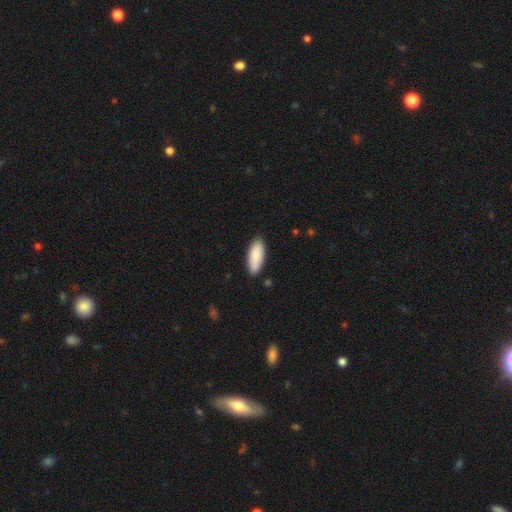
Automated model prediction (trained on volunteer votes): Smooth or featured: smooth — 86% (featured or disk — 8%)
How rounded: in between — 79% (cigar-shaped — 20%)
Merging: none — 86% (minor disturbance — 11%)